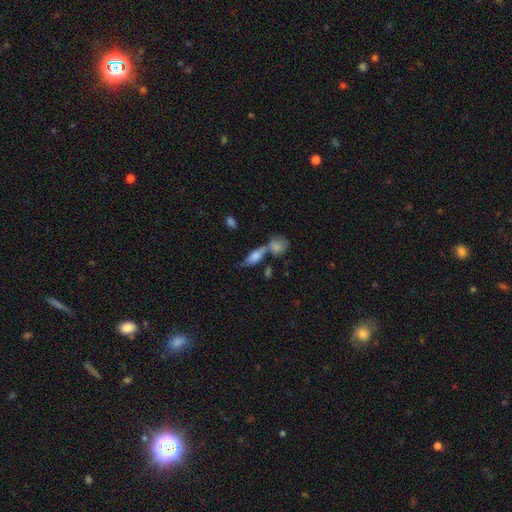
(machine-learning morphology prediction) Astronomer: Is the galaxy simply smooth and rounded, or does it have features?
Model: smooth — 57% (runner-up: featured or disk, 33%).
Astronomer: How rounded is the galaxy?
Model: in between — 61%.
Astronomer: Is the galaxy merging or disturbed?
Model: none — 42% (runner-up: merger, 39%).